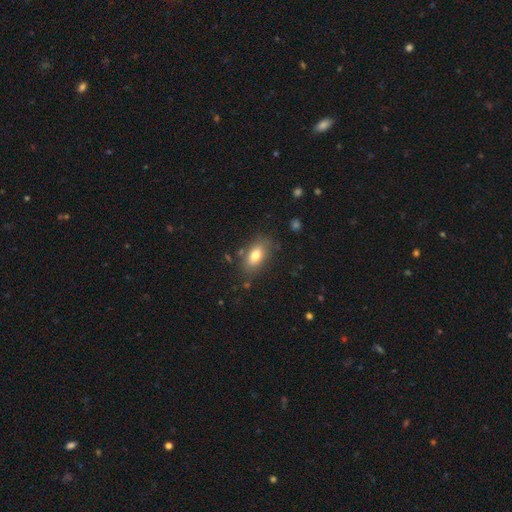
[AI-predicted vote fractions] The model was most divided on "smooth or featured": smooth: 76%, featured or disk: 15%, star or artifact: 9%. More confident: how rounded — in between (86%); merging — none (78%).